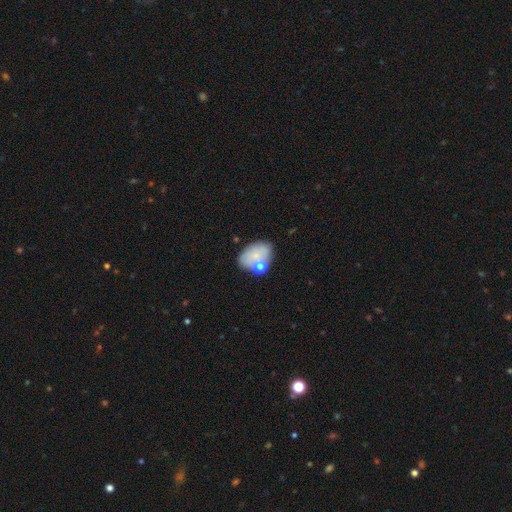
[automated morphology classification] A smooth galaxy with no disk features (69%) that is in between round and cigar-shaped (82%).

Vote fractions:
- Smooth or featured? smooth: 69% / featured or disk: 21% / star or artifact: 9%
- How rounded? in between: 82% / round: 16% / cigar-shaped: 1%
- Merging? none: 56% / merger: 20% / minor disturbance: 17% / major disturbance: 7%